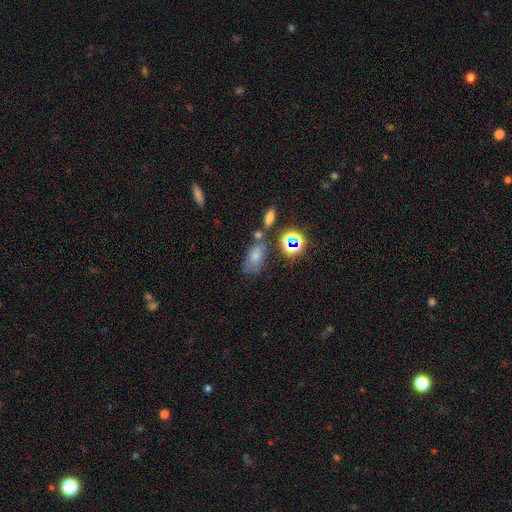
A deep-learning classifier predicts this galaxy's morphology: smooth-or-featured: smooth: 64% | star or artifact: 20% | featured or disk: 16%
  how-rounded: in between: 86% | round: 10% | cigar-shaped: 4%
  merging: none: 53% | minor disturbance: 20% | merger: 18% | major disturbance: 8%